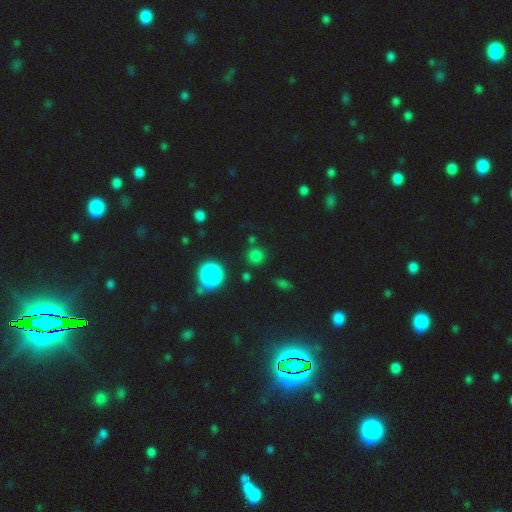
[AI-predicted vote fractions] Smooth or featured? smooth (71%)
How rounded? round (91%)
Merging? none (83%)